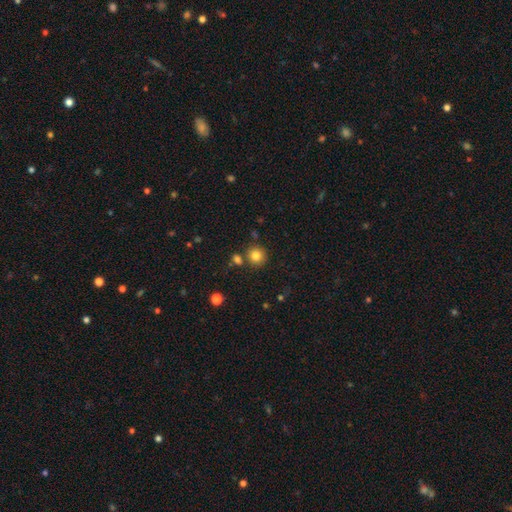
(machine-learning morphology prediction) Smooth or featured: smooth — 82% (star or artifact — 12%)
How rounded: round — 92% (in between — 7%)
Merging: none — 80% (merger — 10%)